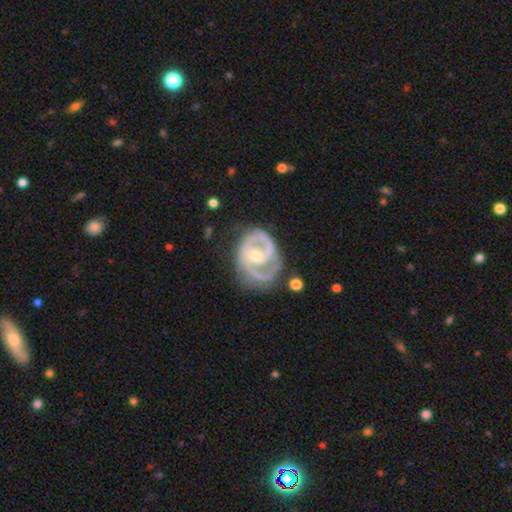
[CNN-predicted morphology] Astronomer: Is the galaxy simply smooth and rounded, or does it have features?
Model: featured or disk — 89%.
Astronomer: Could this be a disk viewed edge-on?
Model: no — 98%.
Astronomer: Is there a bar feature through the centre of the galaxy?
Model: no — 44% (runner-up: weak, 40%).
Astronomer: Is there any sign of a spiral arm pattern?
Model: yes — 94%.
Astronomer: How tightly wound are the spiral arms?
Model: tight — 50% (runner-up: medium, 41%).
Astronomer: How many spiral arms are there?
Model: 2 — 67%.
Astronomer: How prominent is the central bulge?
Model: moderate — 56% (runner-up: small, 38%).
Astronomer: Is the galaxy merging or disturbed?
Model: none — 62%.